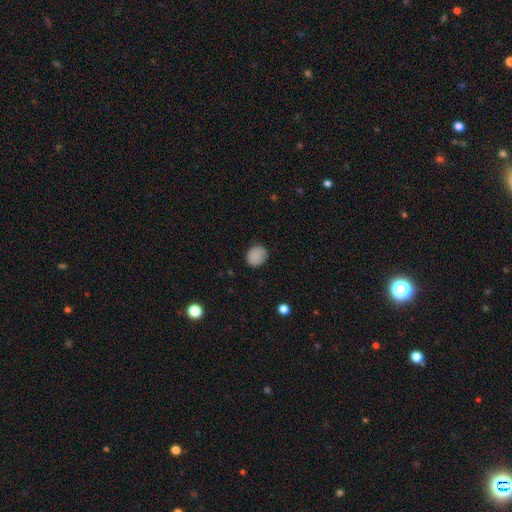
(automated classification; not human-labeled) This appears to be a smooth galaxy with no disk features (85%) that is round (69%). Merging: none (80%).